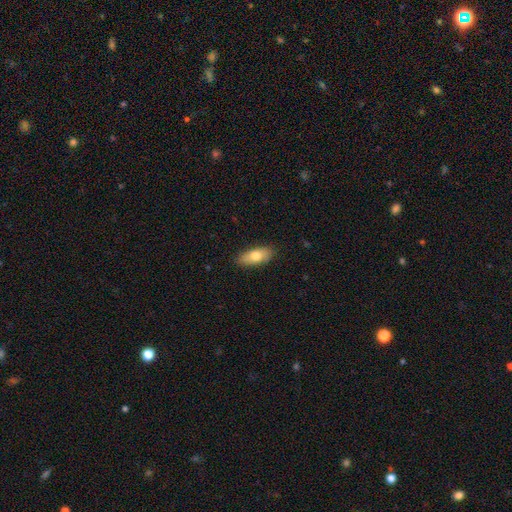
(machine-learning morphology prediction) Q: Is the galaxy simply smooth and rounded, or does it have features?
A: smooth — 74%.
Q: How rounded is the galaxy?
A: in between — 80%.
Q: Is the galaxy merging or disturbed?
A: none — 86%.